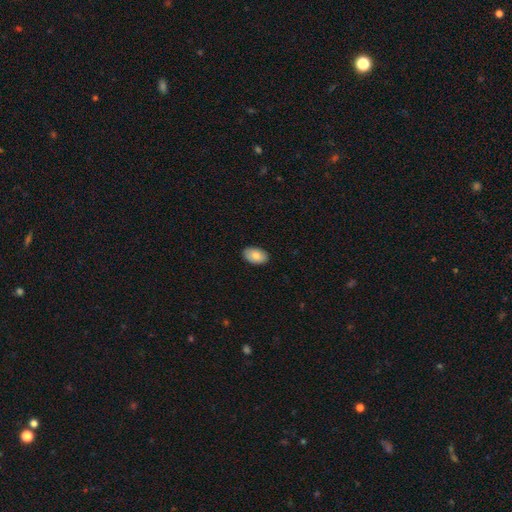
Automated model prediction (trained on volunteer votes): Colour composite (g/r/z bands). It shows a smooth galaxy with no disk features (84%) that is in between round and cigar-shaped (92%). Merging: none (89%).